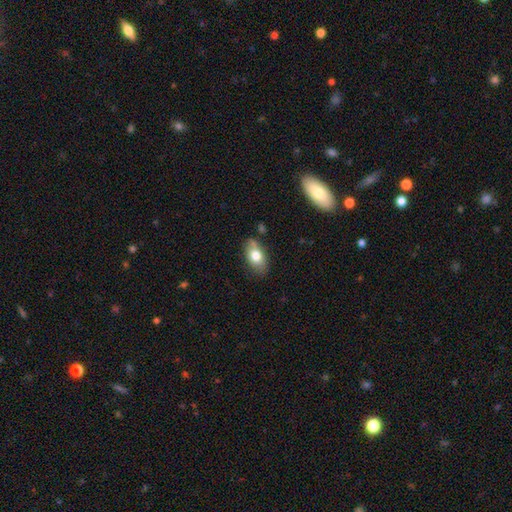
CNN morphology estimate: Overall: smooth (76%). How rounded: in between (89%). Merging: none (72%).